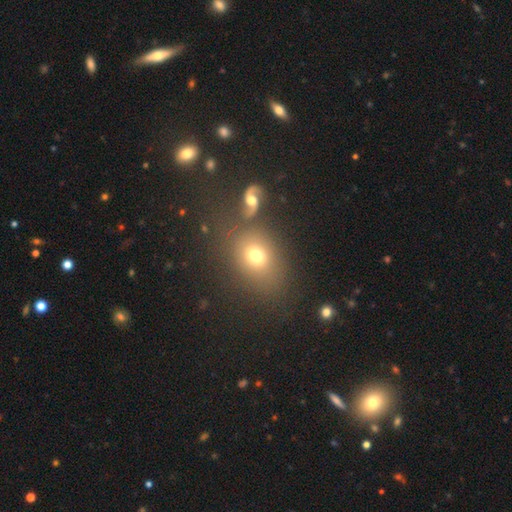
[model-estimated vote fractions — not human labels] A smooth galaxy with no disk features (71%) that is in between round and cigar-shaped (55%). Merging: none (68%).